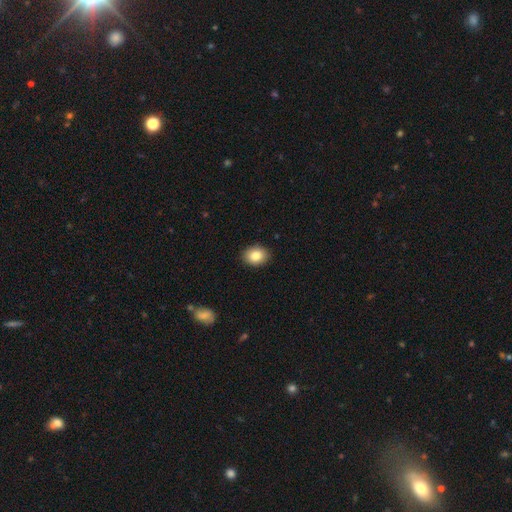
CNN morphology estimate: Smooth or featured? Predicted: smooth (p=0.84). How rounded? Predicted: in between (p=0.62). Merging? Predicted: none (p=0.90).